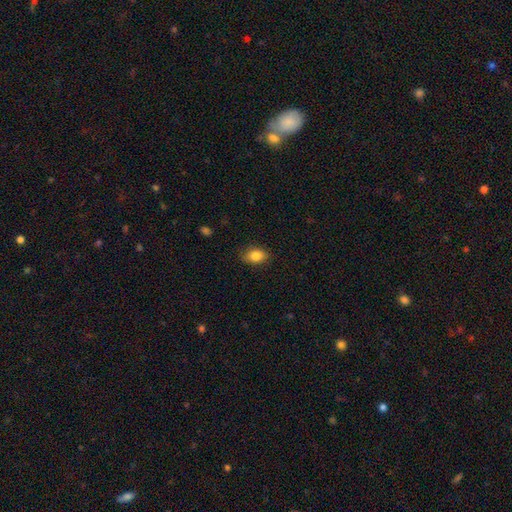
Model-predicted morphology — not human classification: Q: Smooth or featured?
A: smooth (85%); runner-up: star or artifact (8%)
Q: How rounded?
A: in between (81%); runner-up: round (18%)
Q: Merging?
A: none (84%); runner-up: minor disturbance (12%)